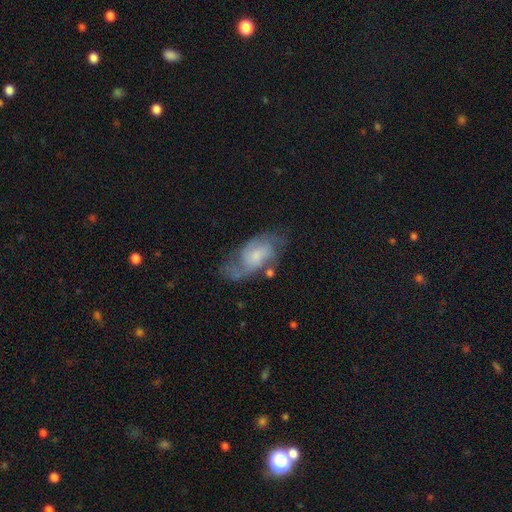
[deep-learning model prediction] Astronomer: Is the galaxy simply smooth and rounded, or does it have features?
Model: featured or disk — 68%.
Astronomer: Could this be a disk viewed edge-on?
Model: no — 95%.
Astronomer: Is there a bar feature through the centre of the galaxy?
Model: no — 60%.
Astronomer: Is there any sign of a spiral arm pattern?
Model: yes — 87%.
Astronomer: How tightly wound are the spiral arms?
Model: medium — 47% (runner-up: loose, 27%).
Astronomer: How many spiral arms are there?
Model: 2 — 57%.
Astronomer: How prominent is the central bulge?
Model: small — 49% (runner-up: moderate, 31%).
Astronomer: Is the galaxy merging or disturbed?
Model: none — 55%.